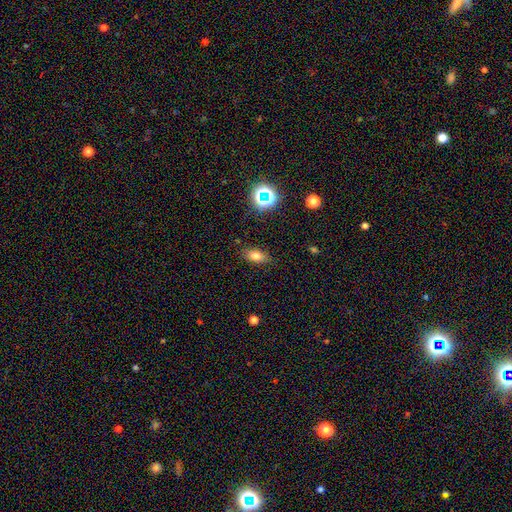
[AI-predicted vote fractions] The model was most divided on "smooth or featured": smooth: 75%, star or artifact: 15%, featured or disk: 10%. More confident: merging — none (84%); how rounded — in between (83%).